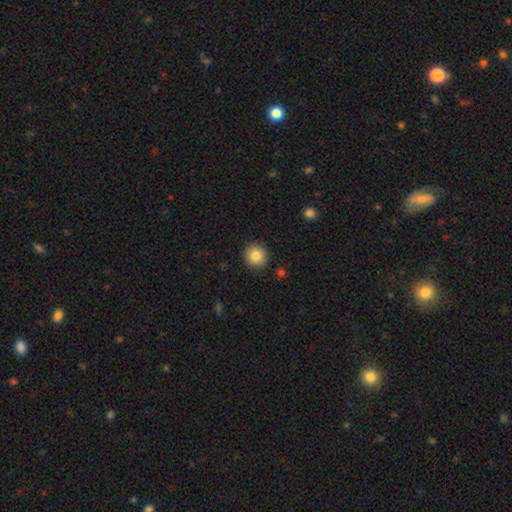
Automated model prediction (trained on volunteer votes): smooth 85%, star or artifact 9%, featured or disk 6%. Down the decision tree: how rounded — round (92%); merging — none (91%).